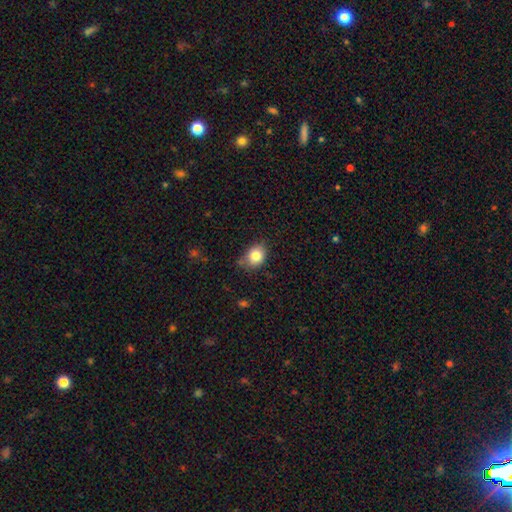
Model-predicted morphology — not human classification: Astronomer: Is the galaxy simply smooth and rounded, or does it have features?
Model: smooth — 83%.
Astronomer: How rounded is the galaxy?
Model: in between — 53% (runner-up: round, 46%).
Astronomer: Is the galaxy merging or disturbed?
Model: none — 67%.